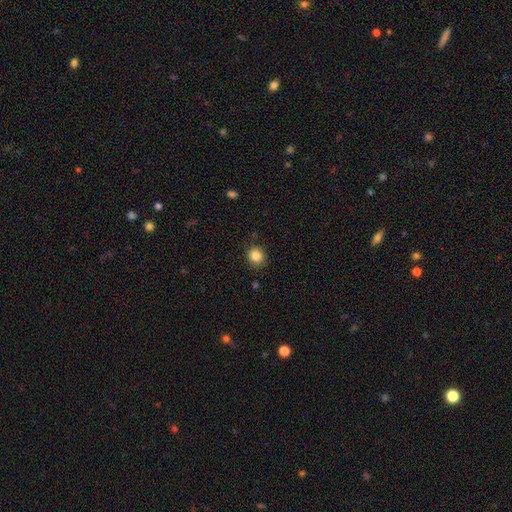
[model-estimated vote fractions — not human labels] A smooth galaxy with no disk features (85%) that is round (83%).

Vote fractions:
- Smooth or featured? smooth: 85% / star or artifact: 10% / featured or disk: 5%
- How rounded? round: 83% / in between: 16% / cigar-shaped: 1%
- Merging? none: 88% / minor disturbance: 8% / major disturbance: 2% / merger: 1%